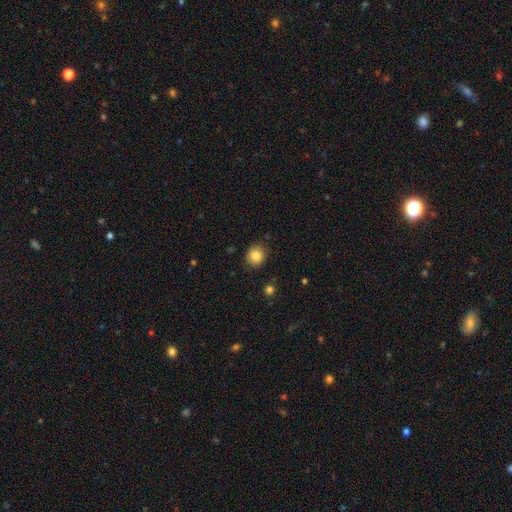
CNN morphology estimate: Smooth or featured?
  - smooth: 85% *
  - star or artifact: 10%
  - featured or disk: 5%
How rounded?
  - round: 78% *
  - in between: 21%
  - cigar-shaped: 1%
Merging?
  - none: 86% *
  - minor disturbance: 10%
  - major disturbance: 2%
  - merger: 2%